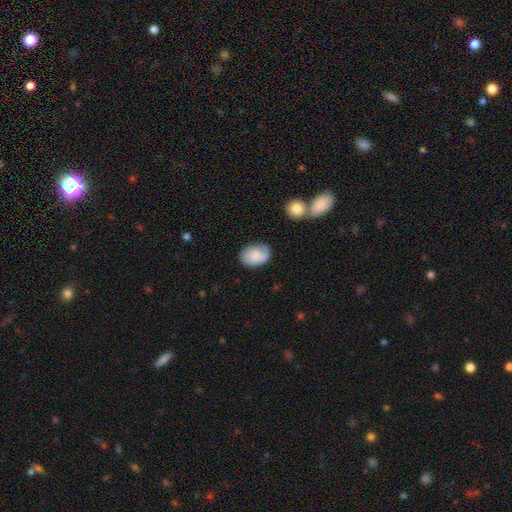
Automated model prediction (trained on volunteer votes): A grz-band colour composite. It shows a smooth galaxy with no disk features (66%) that is in between round and cigar-shaped (79%). Merging: none (64%).